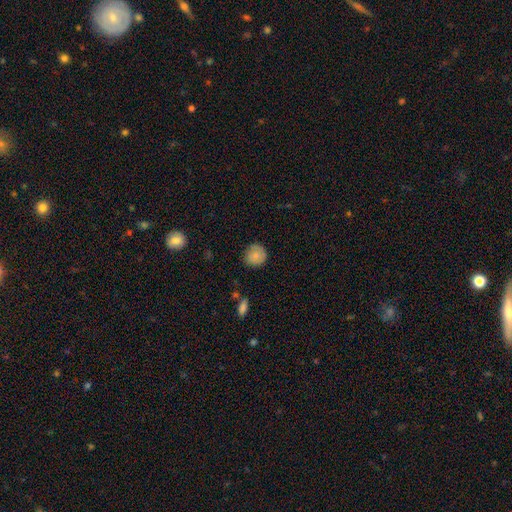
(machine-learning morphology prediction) smooth 83%, featured or disk 9%, star or artifact 8%. Down the decision tree: how rounded — round (90%); merging — none (81%).